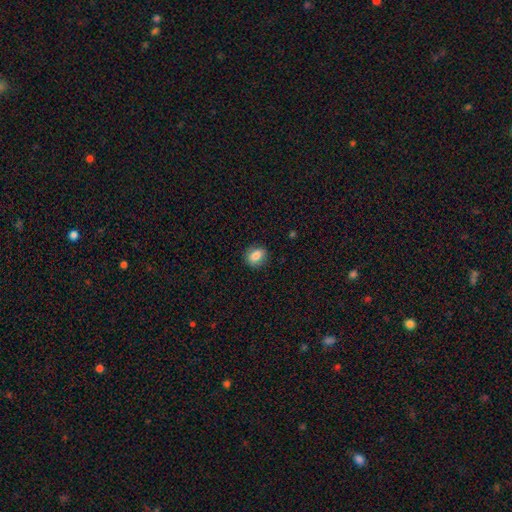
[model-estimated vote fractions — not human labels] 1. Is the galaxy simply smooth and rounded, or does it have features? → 82% smooth, 9% featured or disk, 9% star or artifact.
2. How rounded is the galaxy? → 53% in between, 45% round, 2% cigar-shaped.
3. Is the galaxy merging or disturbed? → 84% none, 12% minor disturbance, 3% major disturbance, 1% merger.